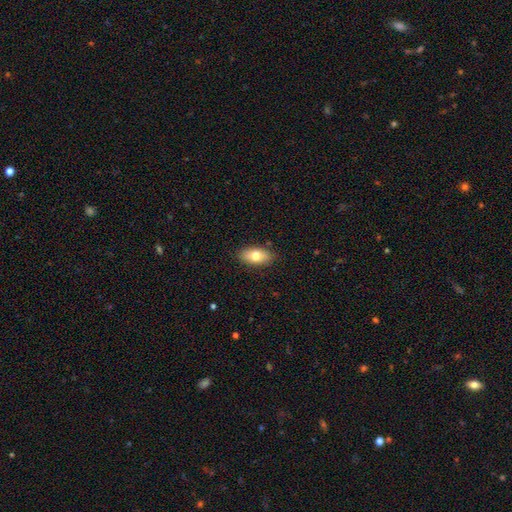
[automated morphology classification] smooth 74%, featured or disk 19%, star or artifact 7%. Down the decision tree: how rounded — in between (89%); merging — none (87%).